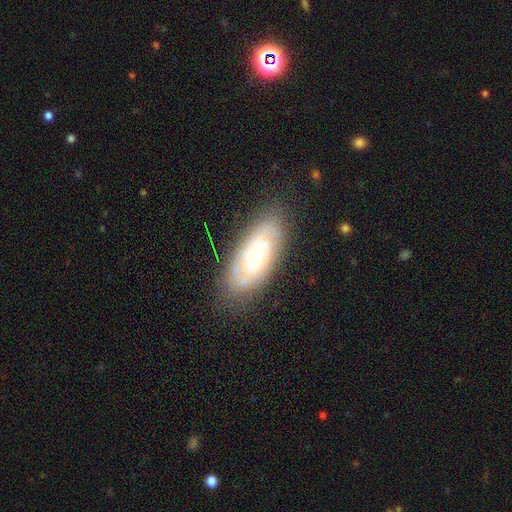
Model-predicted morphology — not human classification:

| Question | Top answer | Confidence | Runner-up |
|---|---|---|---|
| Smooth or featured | featured or disk | 68% | smooth (25%) |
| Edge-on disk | no | 90% | yes (10%) |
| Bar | no | 68% | weak (26%) |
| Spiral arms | yes | 86% | no (14%) |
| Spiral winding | tight | 61% | medium (31%) |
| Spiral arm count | can't tell | 41% | 2 (40%) |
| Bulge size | moderate | 40% | small (37%) |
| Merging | none | 77% | minor disturbance (16%) |